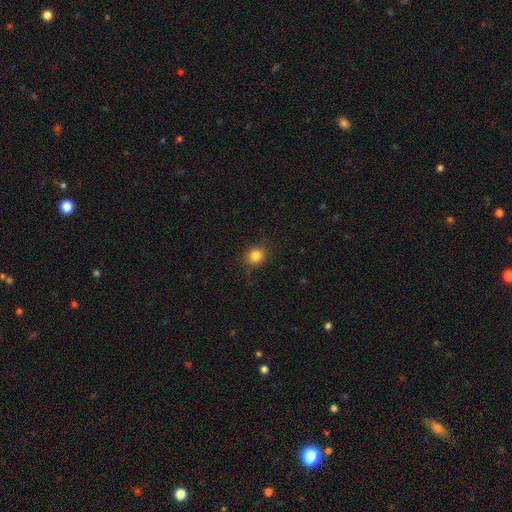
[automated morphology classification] Overall: smooth (84%). How rounded: round (75%). Merging: none (86%).